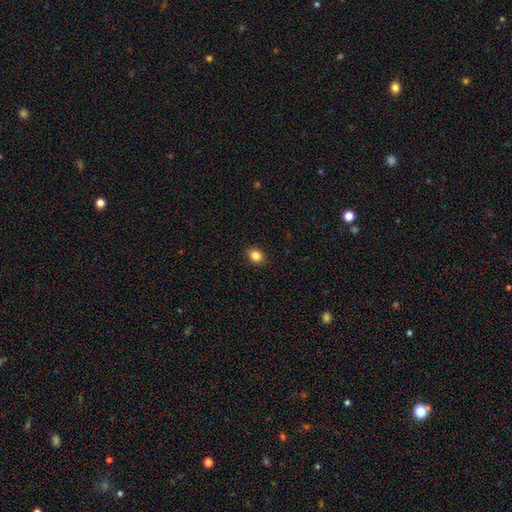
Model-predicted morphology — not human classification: Q: Smooth or featured?
A: smooth (85%); runner-up: star or artifact (10%)
Q: How rounded?
A: in between (53%); runner-up: round (46%)
Q: Merging?
A: none (91%); runner-up: minor disturbance (7%)